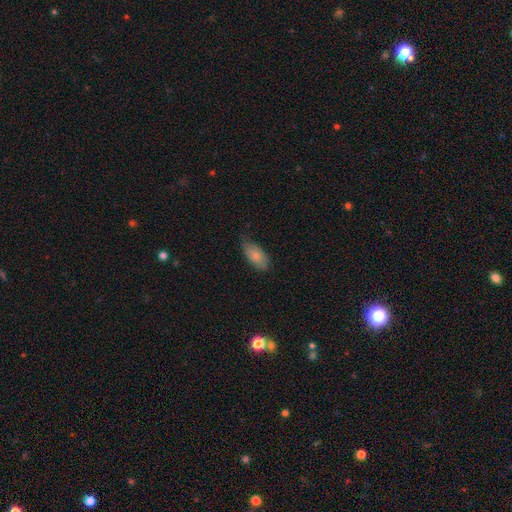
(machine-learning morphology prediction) type=smooth (80%); roundness=in between (91%); merging=none (65%).